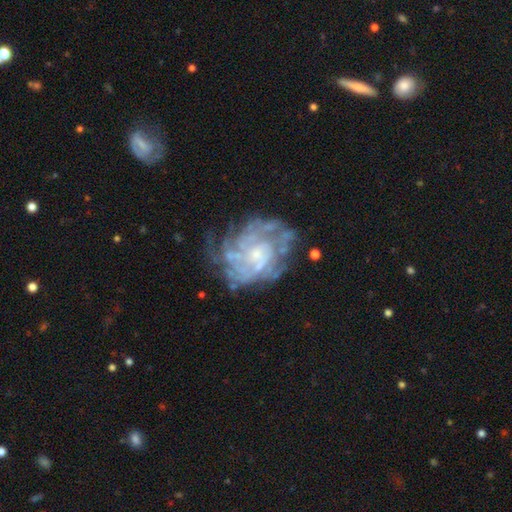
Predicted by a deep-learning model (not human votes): This appears to be a featured or disk galaxy (83%) with no bar (75%), tight (60%) spiral arms (84%) and a small central bulge (65%). Merging: none (57%).